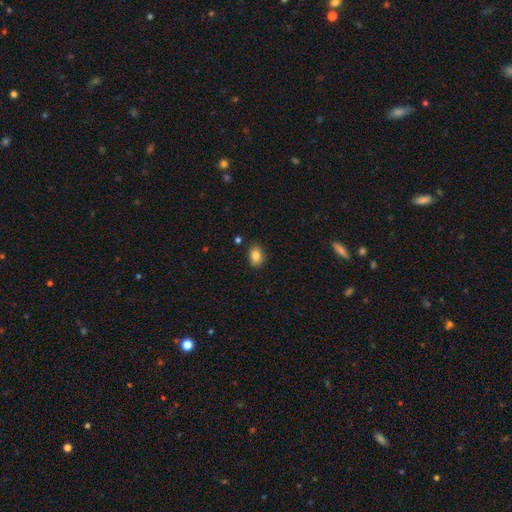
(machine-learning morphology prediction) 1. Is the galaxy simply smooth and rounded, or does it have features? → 84% smooth, 9% star or artifact, 7% featured or disk.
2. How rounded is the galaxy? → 72% in between, 27% round, 1% cigar-shaped.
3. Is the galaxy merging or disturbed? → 81% none, 14% minor disturbance, 3% major disturbance, 2% merger.